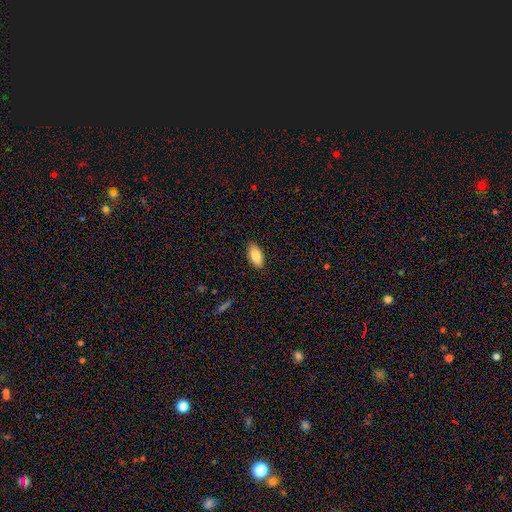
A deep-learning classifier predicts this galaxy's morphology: type=smooth (83%); roundness=in between (87%); merging=none (88%).